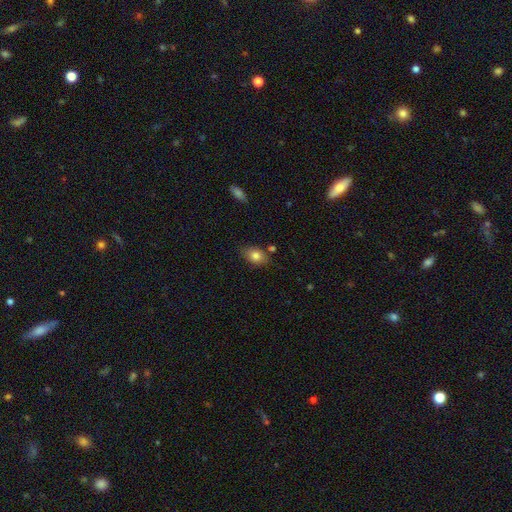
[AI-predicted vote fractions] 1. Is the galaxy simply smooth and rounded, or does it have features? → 82% smooth, 9% featured or disk, 9% star or artifact.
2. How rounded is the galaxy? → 78% in between, 21% round, 1% cigar-shaped.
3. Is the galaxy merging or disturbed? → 77% none, 15% minor disturbance, 5% merger, 3% major disturbance.